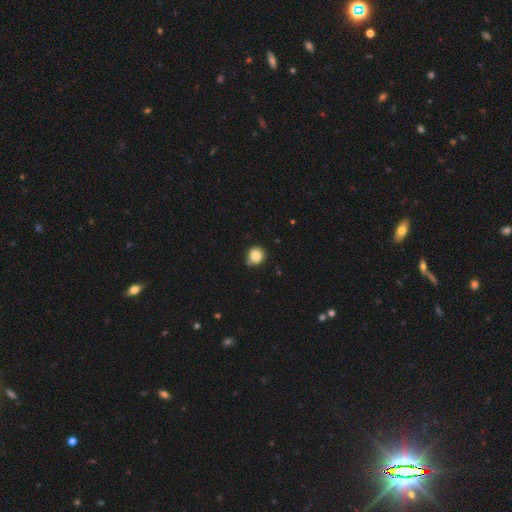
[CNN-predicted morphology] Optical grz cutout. It shows a smooth galaxy with no disk features (83%) that is round (81%). Merging: none (71%).